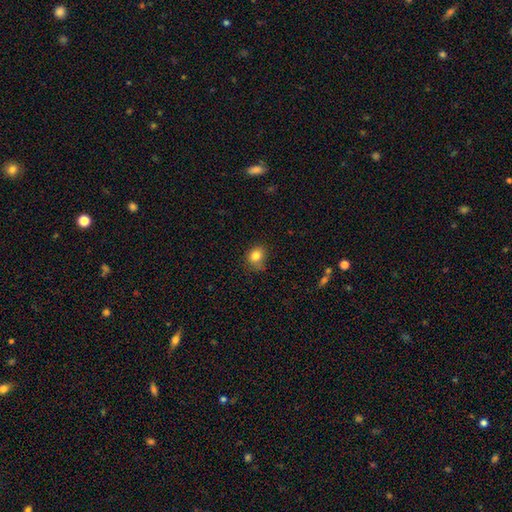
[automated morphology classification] Smooth or featured?
  - smooth: 82% *
  - star or artifact: 12%
  - featured or disk: 6%
How rounded?
  - round: 65% *
  - in between: 34%
  - cigar-shaped: 1%
Merging?
  - none: 67% *
  - minor disturbance: 25%
  - major disturbance: 6%
  - merger: 2%